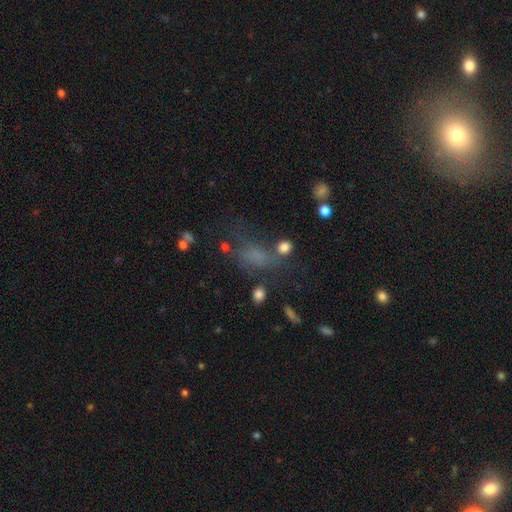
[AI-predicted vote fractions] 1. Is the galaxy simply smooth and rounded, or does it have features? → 55% smooth, 27% star or artifact, 19% featured or disk.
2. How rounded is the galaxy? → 71% in between, 22% round, 6% cigar-shaped.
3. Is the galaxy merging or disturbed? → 41% none, 28% major disturbance, 21% minor disturbance, 10% merger.